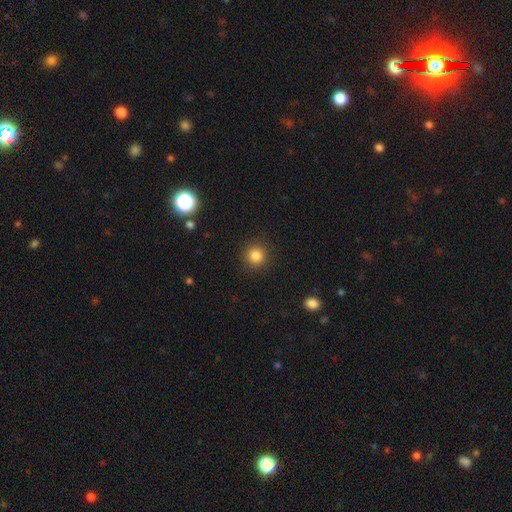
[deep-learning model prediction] Smooth or featured? smooth (84%)
How rounded? round (94%)
Merging? none (91%)